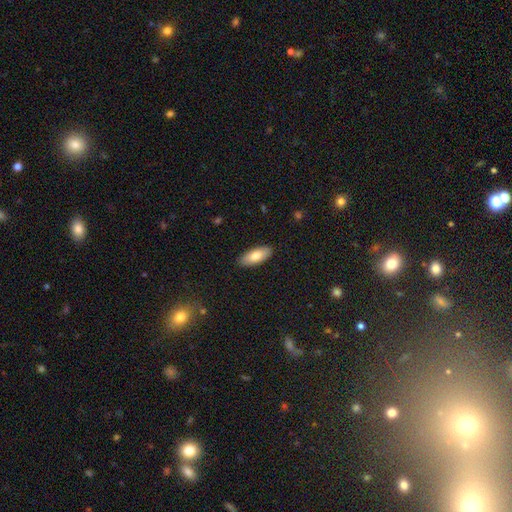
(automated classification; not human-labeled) Morphology: type=smooth (79%); roundness=in between (81%); merging=none (89%).